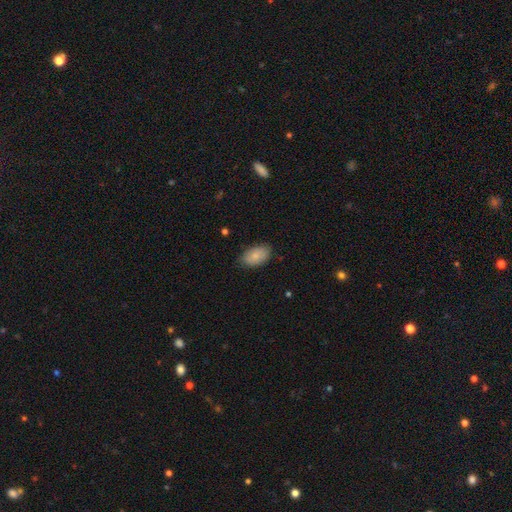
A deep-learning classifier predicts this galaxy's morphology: Smooth or featured? smooth (82%)
How rounded? in between (93%)
Merging? none (81%)